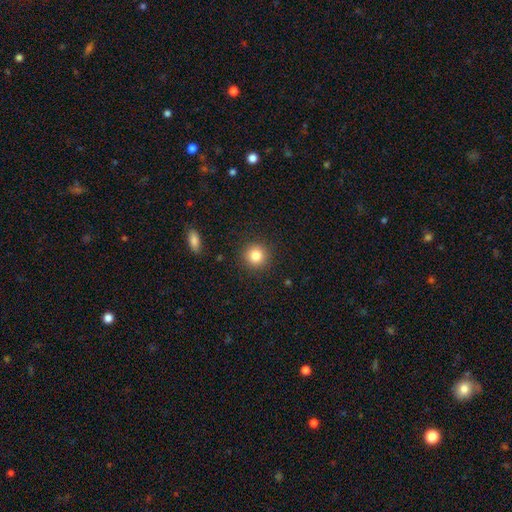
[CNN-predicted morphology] A smooth galaxy with no disk features (83%) that is round (93%).

Vote fractions:
- Smooth or featured? smooth: 83% / star or artifact: 10% / featured or disk: 6%
- How rounded? round: 93% / in between: 6% / cigar-shaped: 1%
- Merging? none: 90% / minor disturbance: 6% / major disturbance: 2% / merger: 1%